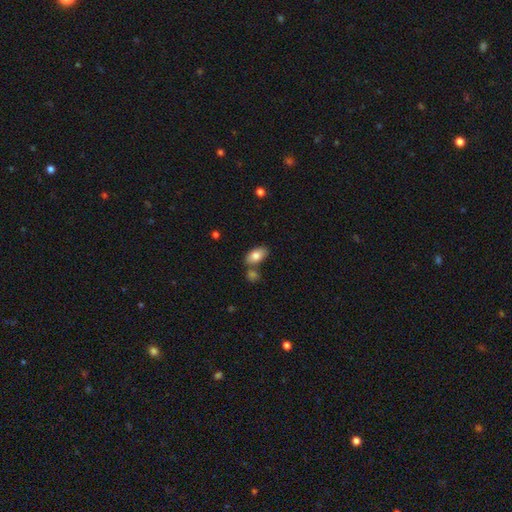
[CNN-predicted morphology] Smooth or featured: smooth — 82% (featured or disk — 11%)
How rounded: in between — 93% (round — 5%)
Merging: none — 67% (merger — 17%)